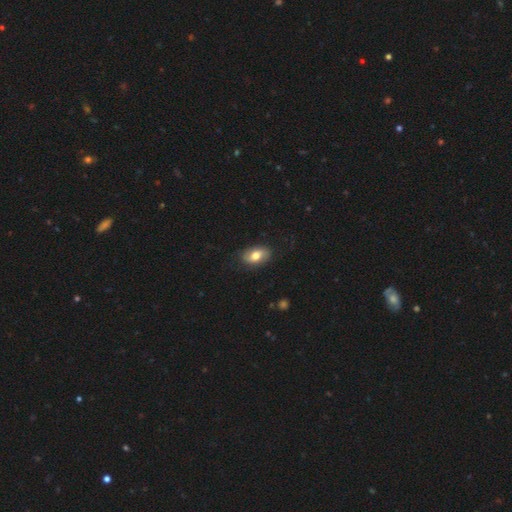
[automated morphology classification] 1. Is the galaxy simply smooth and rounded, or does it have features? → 72% smooth, 22% featured or disk, 7% star or artifact.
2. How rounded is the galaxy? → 89% in between, 9% round, 2% cigar-shaped.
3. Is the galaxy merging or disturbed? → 82% none, 13% minor disturbance, 3% major disturbance, 1% merger.